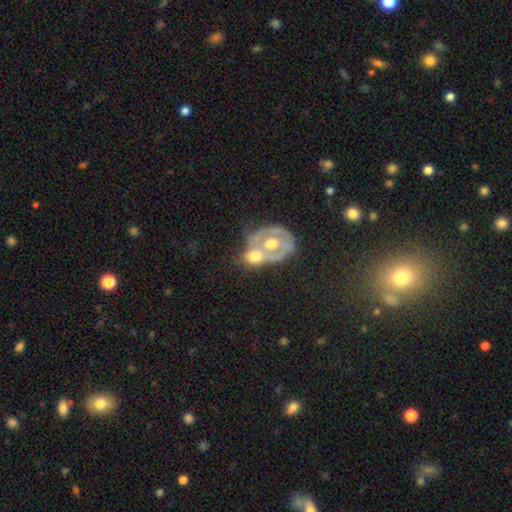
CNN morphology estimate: featured or disk 57%, smooth 35%, star or artifact 8%. Down the decision tree: edge-on disk — no (94%); bar — no (82%); spiral arms — no (70%); bulge size — moderate (64%); merging — merger (61%).